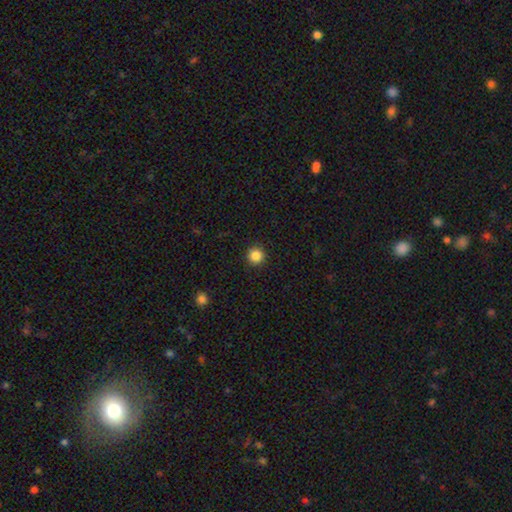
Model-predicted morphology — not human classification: Smooth or featured: smooth — 85% (star or artifact — 11%)
How rounded: round — 95% (in between — 4%)
Merging: none — 92% (minor disturbance — 5%)